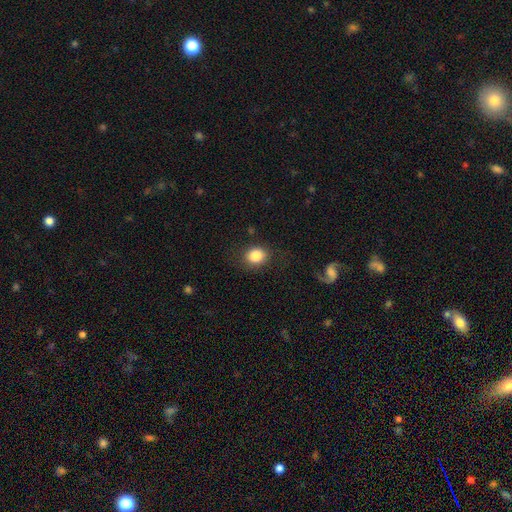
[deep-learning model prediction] A smooth galaxy with no disk features (84%) that is round (67%). Merging: none (82%).